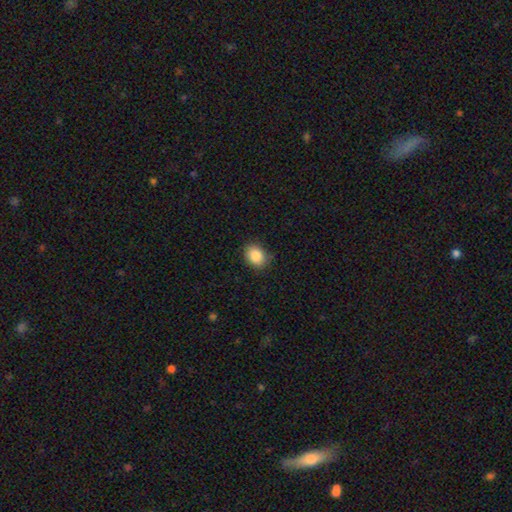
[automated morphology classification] A smooth galaxy with no disk features (87%) that is in between round and cigar-shaped (51%).

Vote fractions:
- Smooth or featured? smooth: 87% / star or artifact: 9% / featured or disk: 5%
- How rounded? in between: 51% / round: 48% / cigar-shaped: 1%
- Merging? none: 83% / minor disturbance: 13% / major disturbance: 3% / merger: 1%